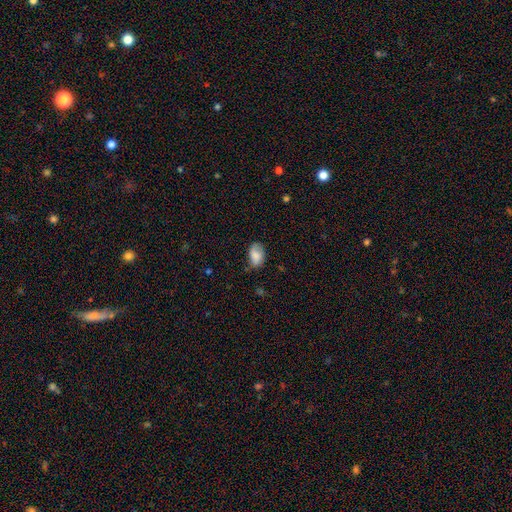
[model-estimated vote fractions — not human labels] A smooth galaxy with no disk features (77%) that is in between round and cigar-shaped (88%).

Vote fractions:
- Smooth or featured? smooth: 77% / featured or disk: 15% / star or artifact: 8%
- How rounded? in between: 88% / round: 10% / cigar-shaped: 2%
- Merging? none: 64% / minor disturbance: 27% / major disturbance: 7% / merger: 2%